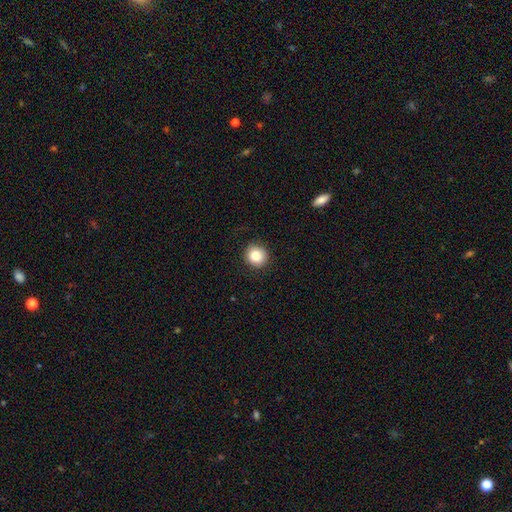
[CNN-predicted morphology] Q: Smooth or featured?
A: smooth (84%); runner-up: star or artifact (10%)
Q: How rounded?
A: round (92%); runner-up: in between (7%)
Q: Merging?
A: none (90%); runner-up: minor disturbance (7%)